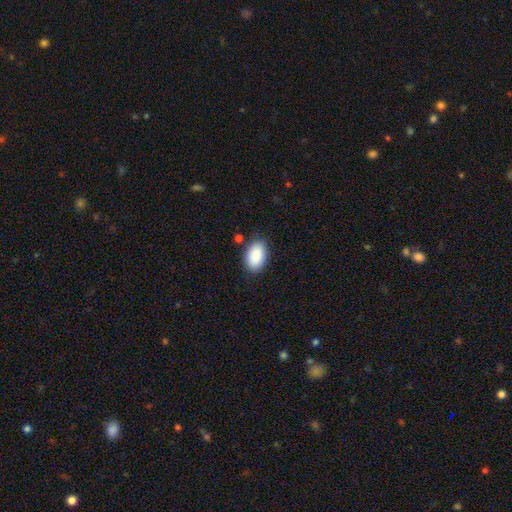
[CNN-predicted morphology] Smooth or featured?
  - smooth: 90% *
  - star or artifact: 6%
  - featured or disk: 4%
How rounded?
  - in between: 93% *
  - round: 5%
  - cigar-shaped: 1%
Merging?
  - none: 84% *
  - minor disturbance: 11%
  - major disturbance: 3%
  - merger: 2%